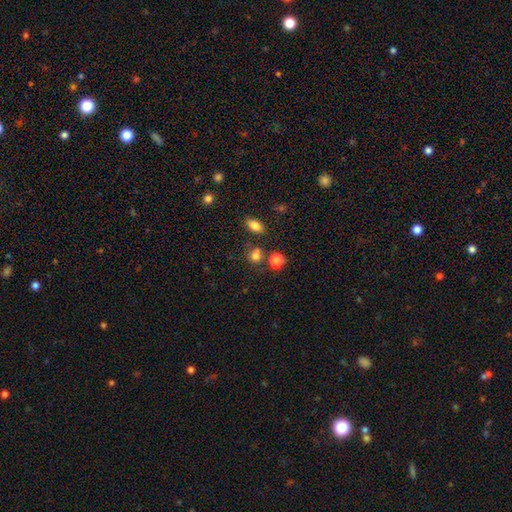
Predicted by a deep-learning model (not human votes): A smooth galaxy with no disk features (78%) that is round (73%). Merging: none (64%).